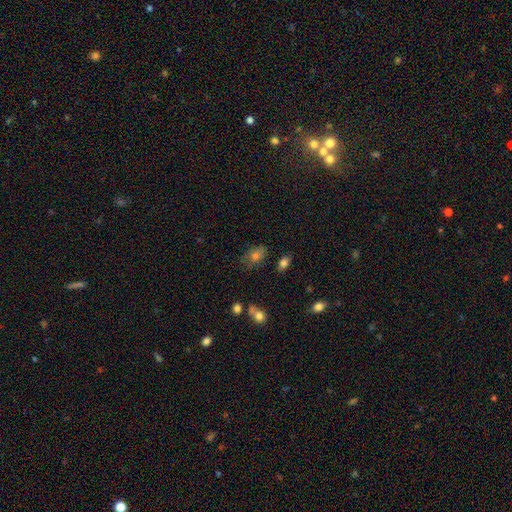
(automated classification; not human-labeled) smooth 59%, featured or disk 24%, star or artifact 17%. Down the decision tree: how rounded — in between (78%); merging — none (68%).